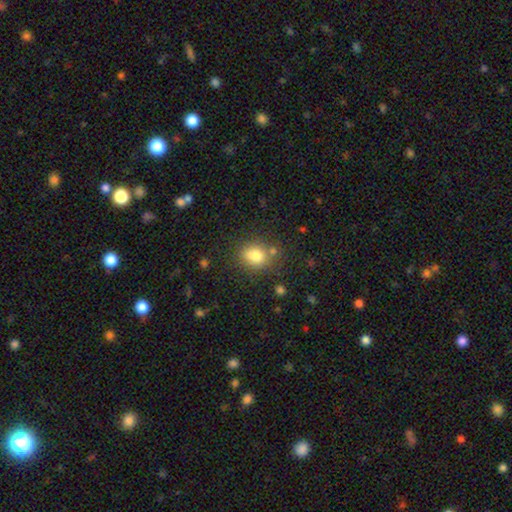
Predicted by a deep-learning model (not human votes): Smooth or featured?
  - smooth: 77% *
  - star or artifact: 12%
  - featured or disk: 11%
How rounded?
  - round: 60% *
  - in between: 39%
  - cigar-shaped: 1%
Merging?
  - none: 64% *
  - minor disturbance: 17%
  - merger: 14%
  - major disturbance: 5%